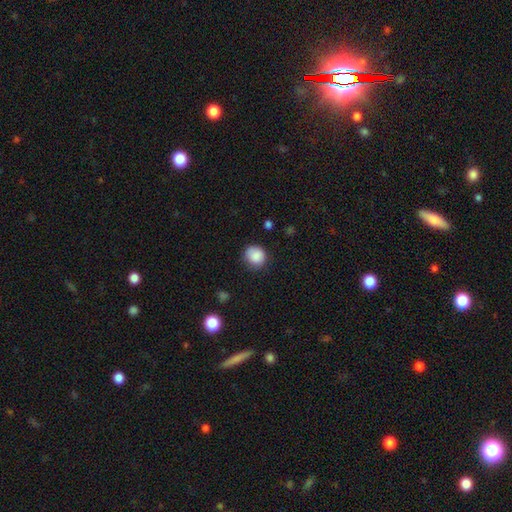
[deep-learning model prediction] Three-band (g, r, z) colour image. It shows a smooth galaxy with no disk features (87%) that is round (81%). Merging: none (75%).